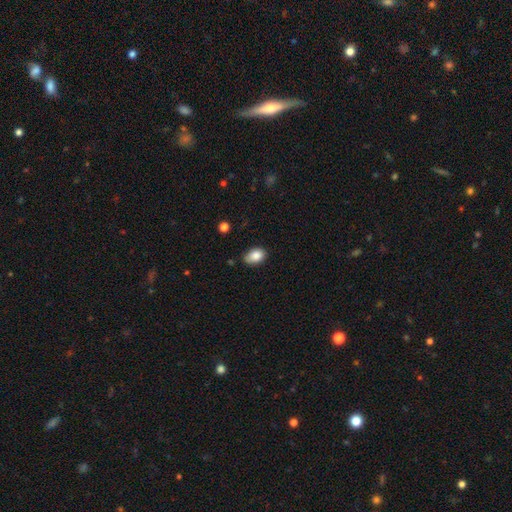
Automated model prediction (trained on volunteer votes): Overall: smooth (86%). How rounded: in between (85%). Merging: none (77%).